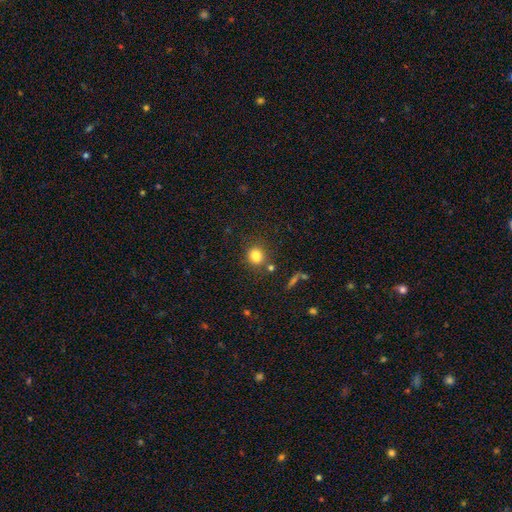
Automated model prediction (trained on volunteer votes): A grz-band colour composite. It shows a smooth galaxy with no disk features (81%) that is round (82%). Merging: none (75%).